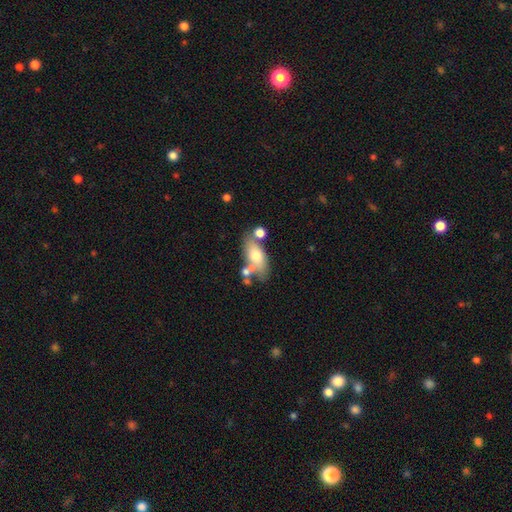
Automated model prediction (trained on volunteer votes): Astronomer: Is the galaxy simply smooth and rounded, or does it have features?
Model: smooth — 60%.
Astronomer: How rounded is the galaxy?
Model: in between — 82%.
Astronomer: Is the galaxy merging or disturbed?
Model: none — 57%.